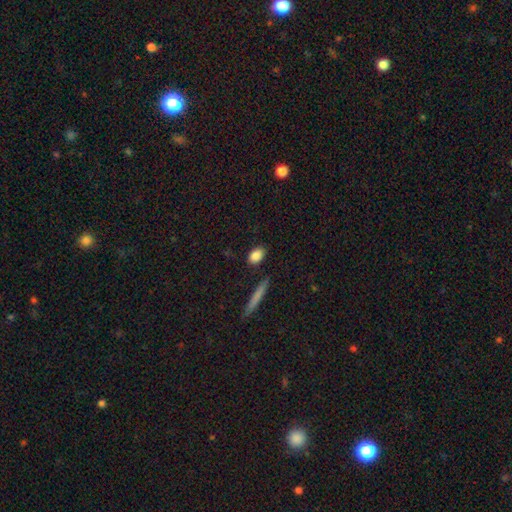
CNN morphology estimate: smooth_or_featured: smooth (p=0.86) [alt: star or artifact p=0.08]
how_rounded: in between (p=0.82) [alt: round p=0.13]
merging: none (p=0.83) [alt: minor disturbance p=0.11]